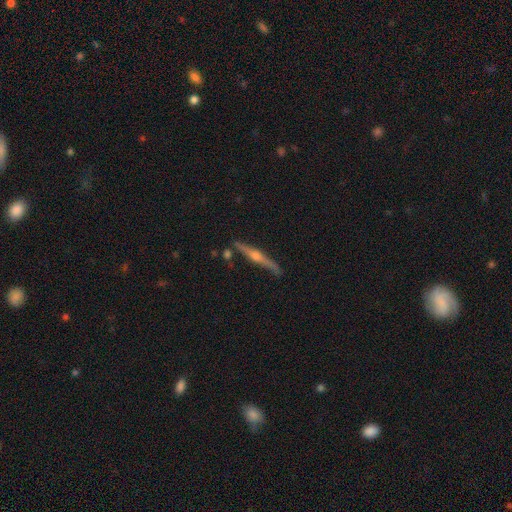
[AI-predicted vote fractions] smooth-or-featured: featured or disk: 80% | smooth: 14% | star or artifact: 5%
  disk-edge-on: yes: 98% | no: 2%
    edge-on-bulge: rounded: 92% | none: 4% | boxy: 4%
  merging: none: 84% | minor disturbance: 10% | merger: 3% | major disturbance: 2%